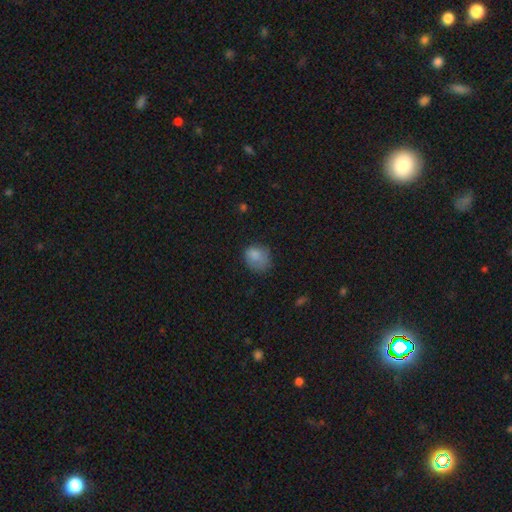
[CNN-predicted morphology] A smooth galaxy with no disk features (79%) that is round (54%). Merging: none (47%).